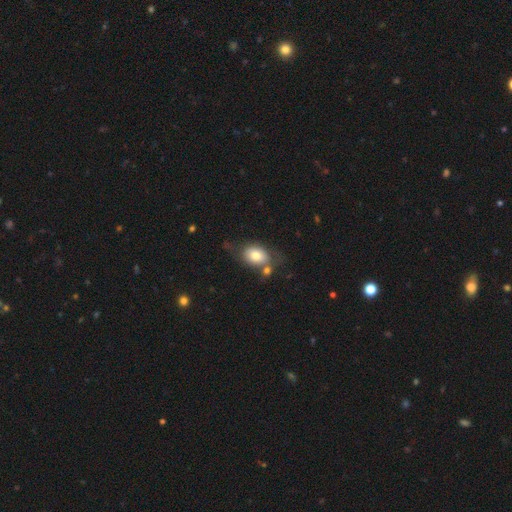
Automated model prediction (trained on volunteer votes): smooth 75%, featured or disk 17%, star or artifact 8%. Down the decision tree: how rounded — in between (73%); merging — none (52%).